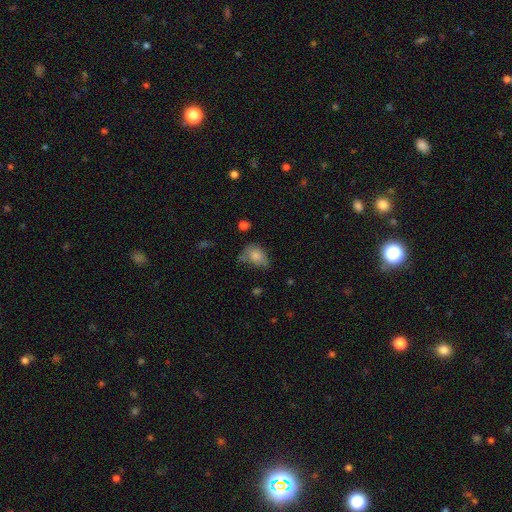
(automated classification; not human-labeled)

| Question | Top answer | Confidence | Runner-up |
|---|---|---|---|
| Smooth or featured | smooth | 78% | featured or disk (12%) |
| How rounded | in between | 79% | round (19%) |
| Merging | none | 41% | minor disturbance (36%) |